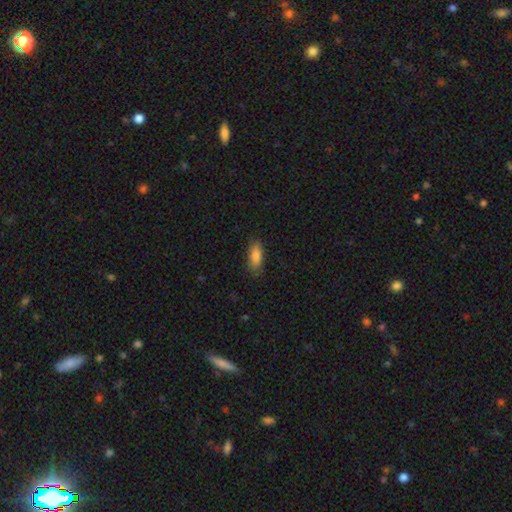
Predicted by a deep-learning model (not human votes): Smooth or featured?
  - smooth: 84% *
  - featured or disk: 9%
  - star or artifact: 7%
How rounded?
  - in between: 75% *
  - cigar-shaped: 23%
  - round: 2%
Merging?
  - none: 82% *
  - minor disturbance: 14%
  - major disturbance: 3%
  - merger: 1%